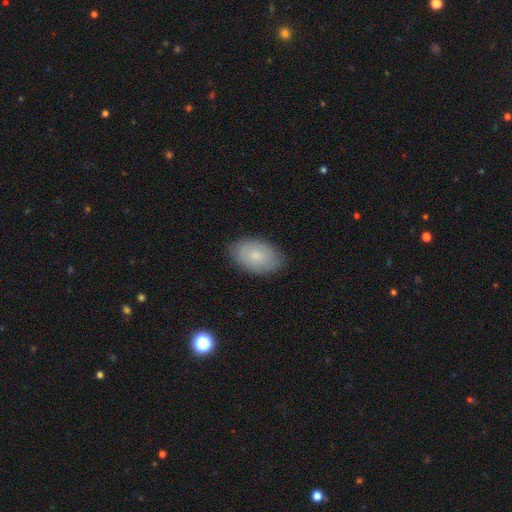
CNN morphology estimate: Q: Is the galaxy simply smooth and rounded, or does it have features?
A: smooth — 67%.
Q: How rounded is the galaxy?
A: in between — 90%.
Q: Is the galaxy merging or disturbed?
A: none — 84%.